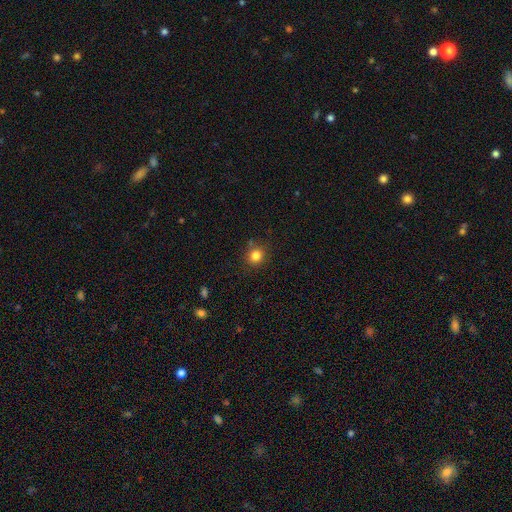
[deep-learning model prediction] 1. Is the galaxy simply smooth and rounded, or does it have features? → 83% smooth, 12% star or artifact, 5% featured or disk.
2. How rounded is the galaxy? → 86% round, 13% in between, 1% cigar-shaped.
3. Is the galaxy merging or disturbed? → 82% none, 11% minor disturbance, 4% merger, 3% major disturbance.